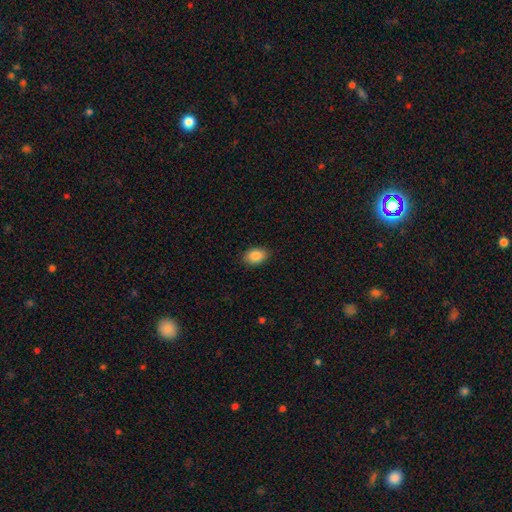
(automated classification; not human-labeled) This is clearly a smooth galaxy (87%). How rounded: clearly in between (82%). Merging: clearly none (87%).